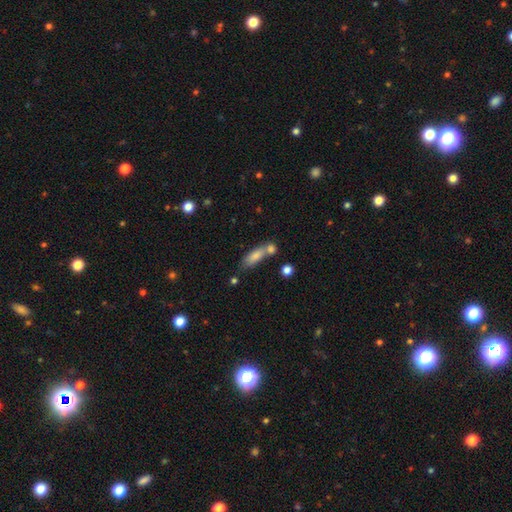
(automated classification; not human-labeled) smooth_or_featured: smooth (p=0.78) [alt: featured or disk p=0.14]
how_rounded: in between (p=0.55) [alt: cigar-shaped p=0.41]
merging: none (p=0.47) [alt: merger p=0.33]